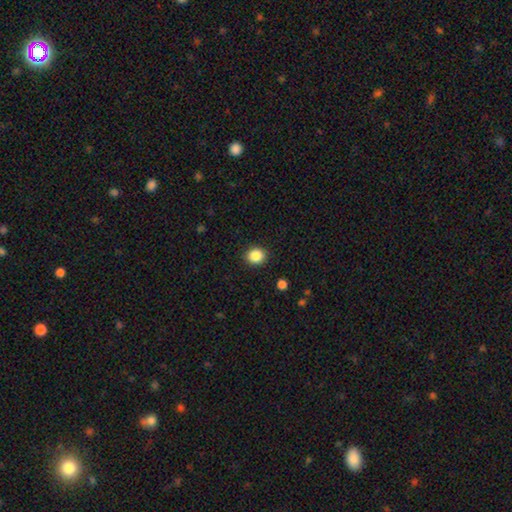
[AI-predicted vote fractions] A smooth galaxy with no disk features (87%) that is round (80%).

Vote fractions:
- Smooth or featured? smooth: 87% / star or artifact: 10% / featured or disk: 4%
- How rounded? round: 80% / in between: 19% / cigar-shaped: 1%
- Merging? none: 91% / minor disturbance: 6% / major disturbance: 2% / merger: 1%